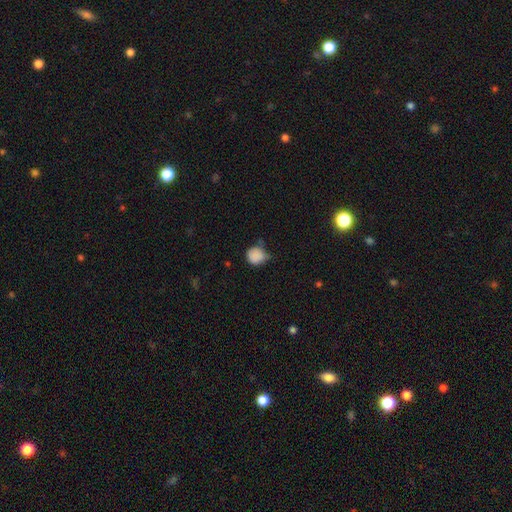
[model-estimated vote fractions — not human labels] smooth 83%, star or artifact 10%, featured or disk 6%. Down the decision tree: how rounded — round (83%); merging — none (43%).